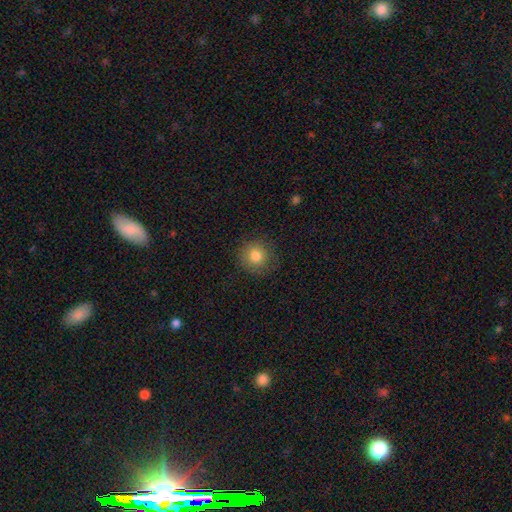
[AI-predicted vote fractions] smooth_or_featured: smooth (p=0.81) [alt: star or artifact p=0.11]
how_rounded: round (p=0.93) [alt: in between p=0.06]
merging: none (p=0.85) [alt: minor disturbance p=0.10]